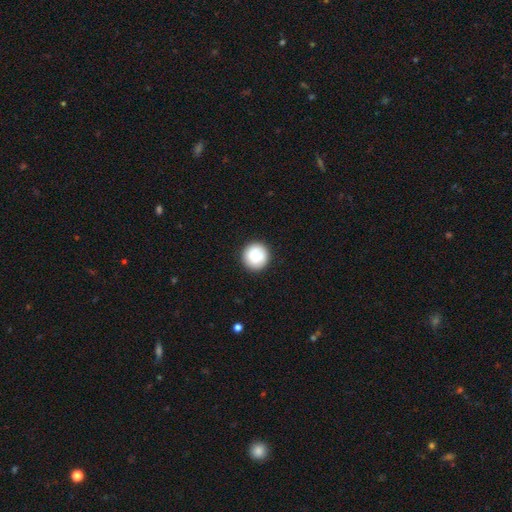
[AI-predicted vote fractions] This appears to be a smooth galaxy with no disk features (86%) that is round (95%). Merging: none (92%).